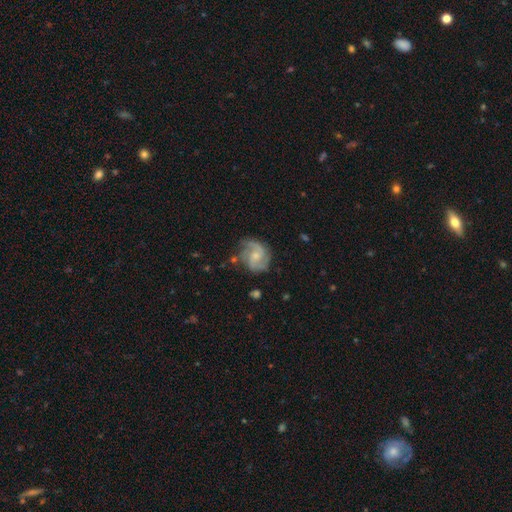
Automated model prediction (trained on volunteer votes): This is clearly a featured or disk galaxy (84%). It is clearly not viewed edge-on (98%). Bar: possibly no (55%). Spiral arm pattern: clearly yes (96%). Spiral arm count: possibly 2 (58%). Spiral winding: possibly medium (53%). Central bulge: possibly small (49%). Merging: likely none (68%).